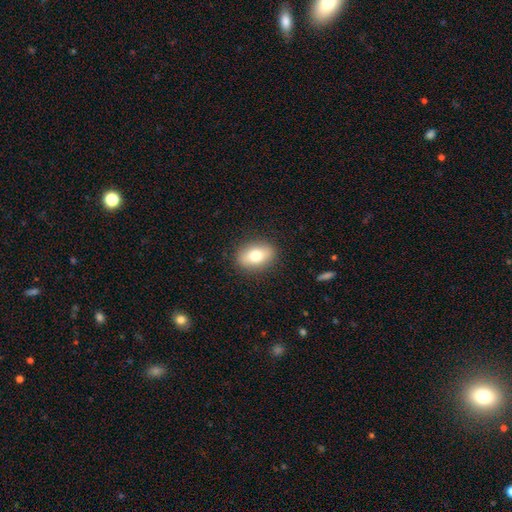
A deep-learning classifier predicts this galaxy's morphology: smooth 75%, featured or disk 17%, star or artifact 8%. Down the decision tree: how rounded — in between (79%); merging — none (88%).